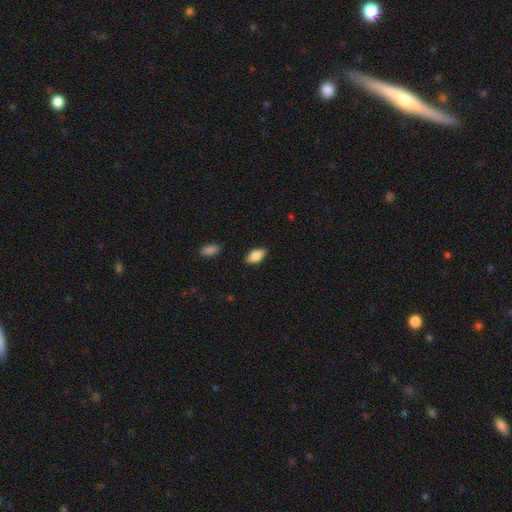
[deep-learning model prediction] The model was most divided on "smooth or featured": smooth: 81%, featured or disk: 12%, star or artifact: 7%. More confident: how rounded — in between (91%); merging — none (86%).